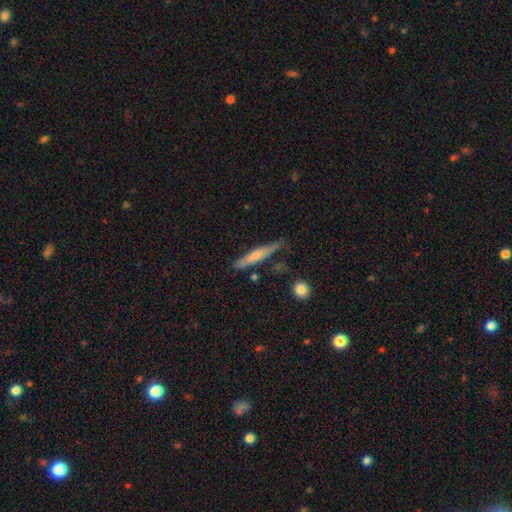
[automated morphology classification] Smooth or featured?
  - smooth: 58% *
  - featured or disk: 36%
  - star or artifact: 6%
How rounded?
  - cigar-shaped: 92% *
  - in between: 6%
  - round: 2%
Merging?
  - none: 77% *
  - minor disturbance: 16%
  - merger: 3%
  - major disturbance: 3%